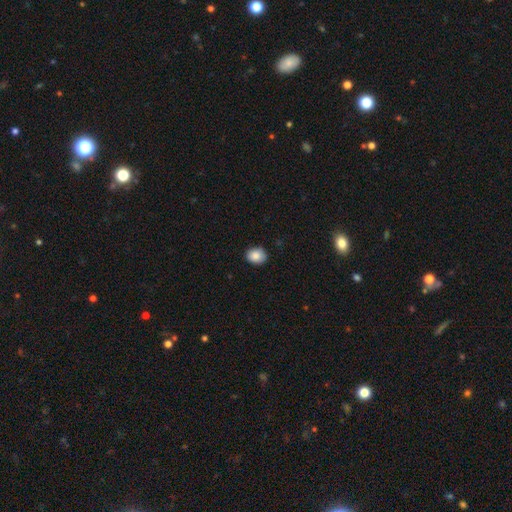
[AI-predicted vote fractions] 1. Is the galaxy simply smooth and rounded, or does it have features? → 87% smooth, 8% star or artifact, 4% featured or disk.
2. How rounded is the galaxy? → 51% in between, 49% round, 1% cigar-shaped.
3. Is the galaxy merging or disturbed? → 89% none, 9% minor disturbance, 2% major disturbance, 1% merger.